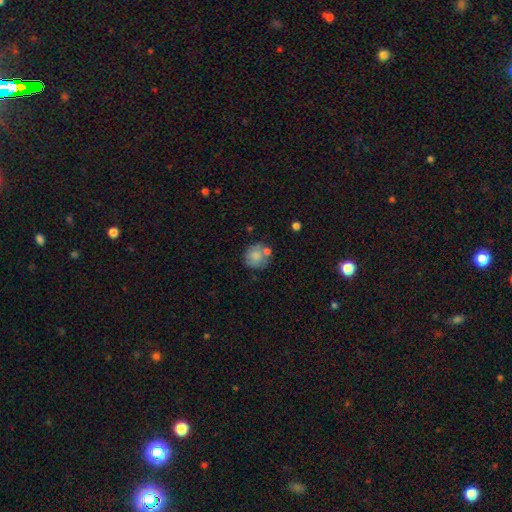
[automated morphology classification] The model was most divided on "merging": none: 58%, merger: 18%, minor disturbance: 17%, major disturbance: 6%. More confident: how rounded — round (86%); smooth or featured — smooth (76%).